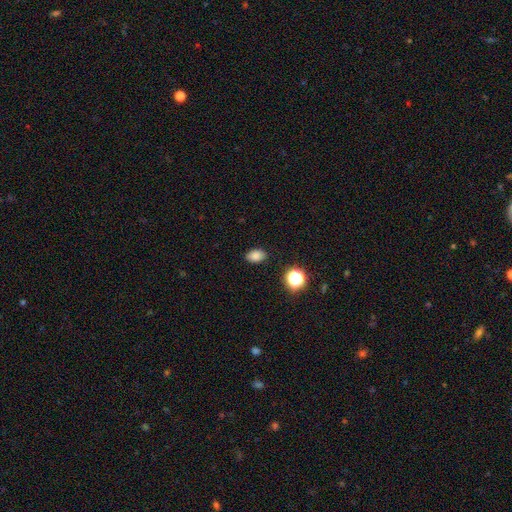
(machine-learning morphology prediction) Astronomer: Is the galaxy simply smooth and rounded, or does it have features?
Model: smooth — 82%.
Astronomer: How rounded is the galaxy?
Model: in between — 83%.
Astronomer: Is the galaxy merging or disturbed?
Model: none — 86%.